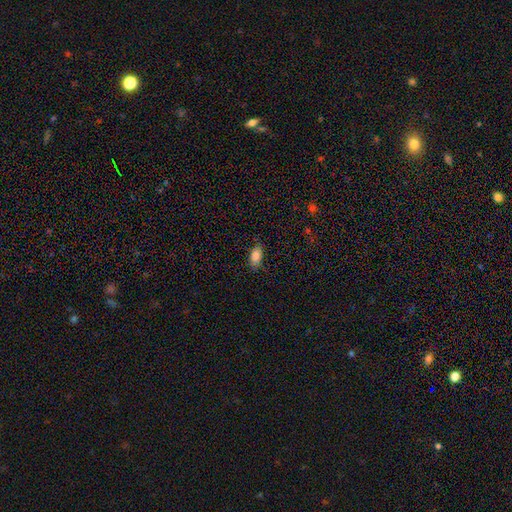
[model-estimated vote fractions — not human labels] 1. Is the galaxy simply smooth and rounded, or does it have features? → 85% smooth, 8% star or artifact, 7% featured or disk.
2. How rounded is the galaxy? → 89% in between, 7% cigar-shaped, 4% round.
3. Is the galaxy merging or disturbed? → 83% none, 13% minor disturbance, 3% major disturbance, 1% merger.